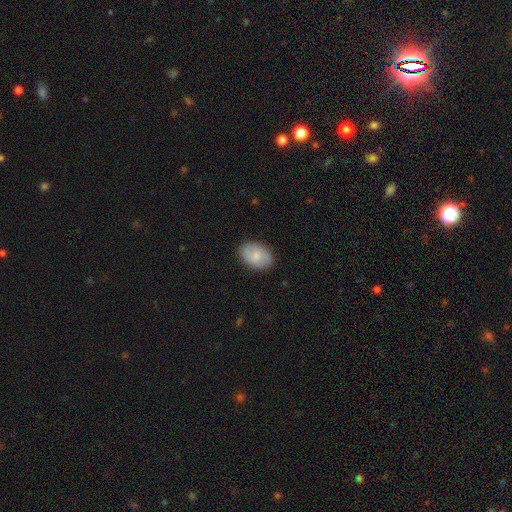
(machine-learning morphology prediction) Smooth or featured?
  - smooth: 73% *
  - featured or disk: 20%
  - star or artifact: 7%
How rounded?
  - in between: 82% *
  - round: 16%
  - cigar-shaped: 1%
Merging?
  - none: 86% *
  - minor disturbance: 11%
  - major disturbance: 2%
  - merger: 1%